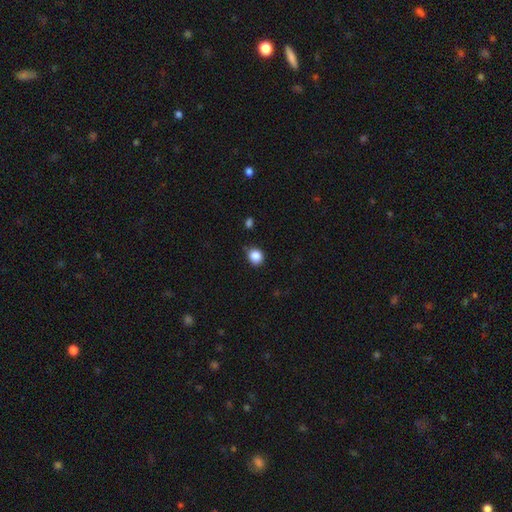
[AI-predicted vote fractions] Morphology: type=smooth (86%); roundness=round (75%); merging=none (76%).